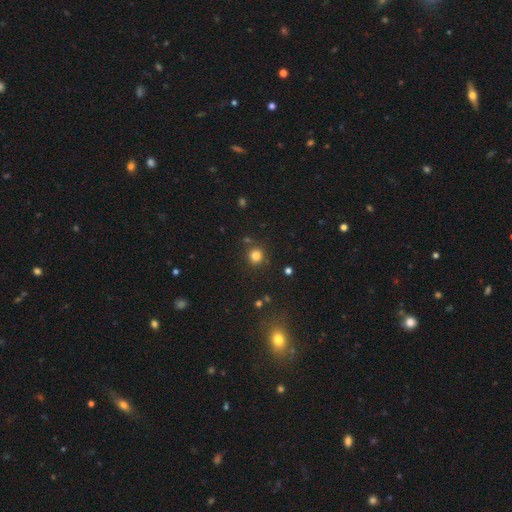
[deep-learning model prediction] Smooth or featured? smooth (81%)
How rounded? round (92%)
Merging? none (83%)